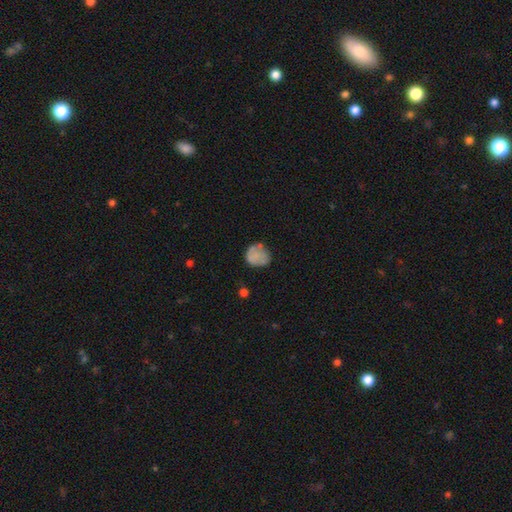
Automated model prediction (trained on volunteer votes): The model was most divided on "merging": none: 55%, minor disturbance: 30%, major disturbance: 12%, merger: 3%. More confident: how rounded — round (72%); smooth or featured — smooth (70%).